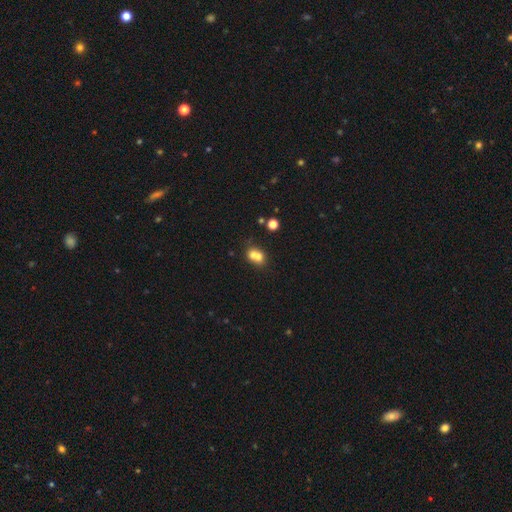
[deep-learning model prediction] Smooth or featured?
  - smooth: 69% *
  - featured or disk: 19%
  - star or artifact: 12%
How rounded?
  - round: 62% *
  - in between: 37%
  - cigar-shaped: 1%
Merging?
  - merger: 64% *
  - none: 26%
  - minor disturbance: 7%
  - major disturbance: 3%